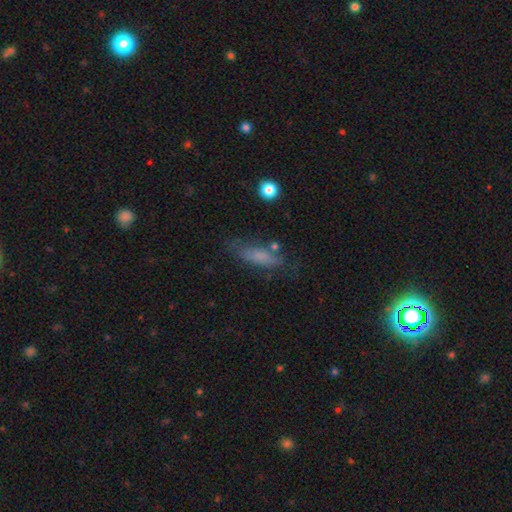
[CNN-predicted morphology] Smooth or featured? smooth (58%)
How rounded? cigar-shaped (55%)
Merging? none (65%)